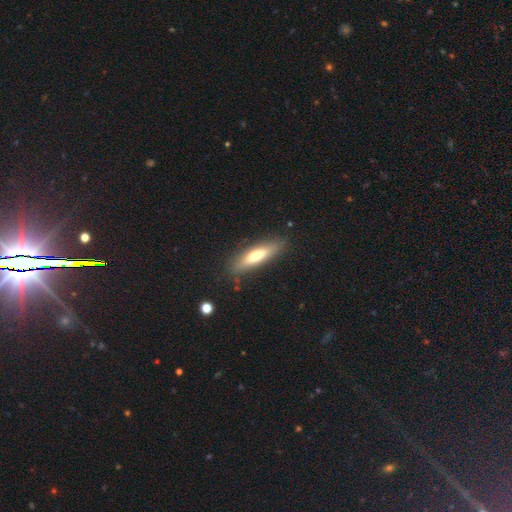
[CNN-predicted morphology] Smooth or featured: smooth — 63% (featured or disk — 30%)
How rounded: cigar-shaped — 65% (in between — 33%)
Merging: none — 82% (minor disturbance — 12%)